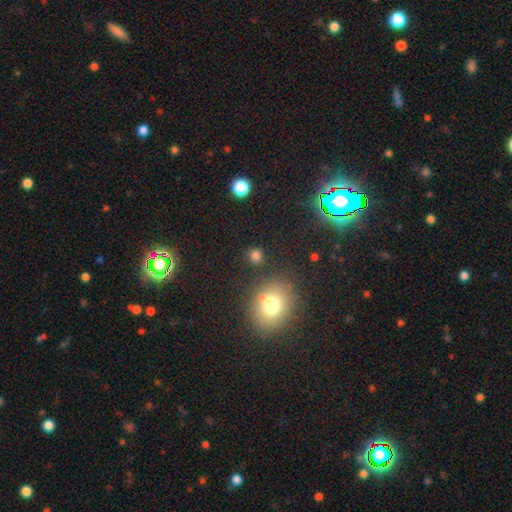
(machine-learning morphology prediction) Smooth or featured: smooth — 75% (star or artifact — 19%)
How rounded: round — 88% (in between — 11%)
Merging: none — 83% (minor disturbance — 8%)